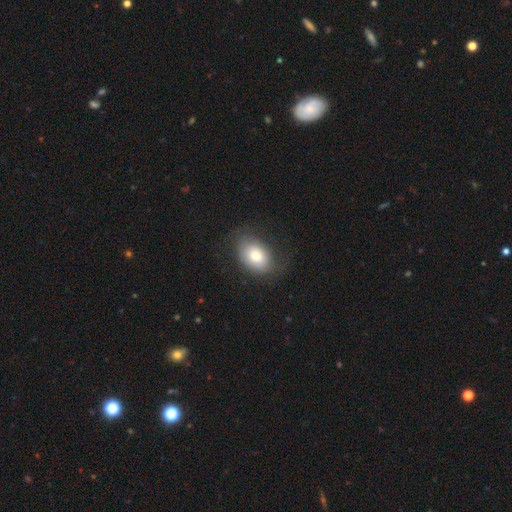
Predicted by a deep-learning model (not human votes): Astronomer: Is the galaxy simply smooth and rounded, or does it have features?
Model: smooth — 75%.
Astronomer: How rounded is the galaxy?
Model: in between — 80%.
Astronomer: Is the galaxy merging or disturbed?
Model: none — 70%.